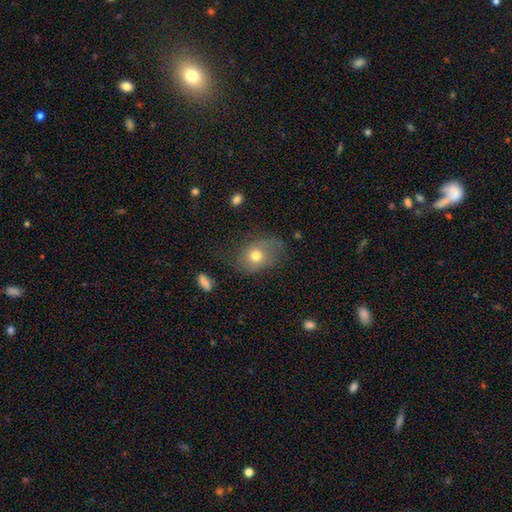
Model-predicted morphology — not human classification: smooth-or-featured: smooth: 68% | featured or disk: 22% | star or artifact: 10%
  how-rounded: in between: 57% | round: 42% | cigar-shaped: 1%
  merging: none: 55% | minor disturbance: 25% | major disturbance: 18% | merger: 2%